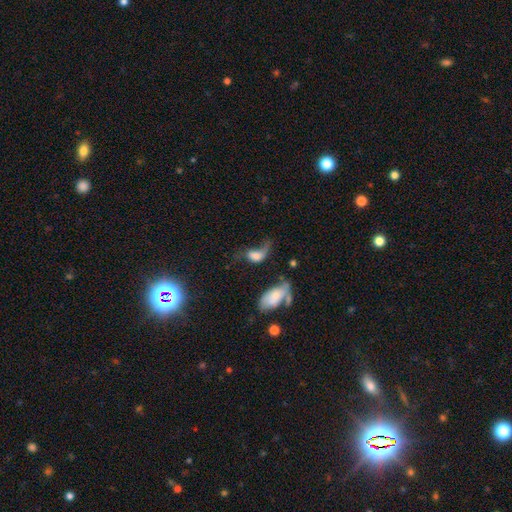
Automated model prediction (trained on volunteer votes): Q: Smooth or featured?
A: smooth (56%); runner-up: featured or disk (33%)
Q: How rounded?
A: in between (79%); runner-up: round (17%)
Q: Merging?
A: major disturbance (47%); runner-up: none (18%)